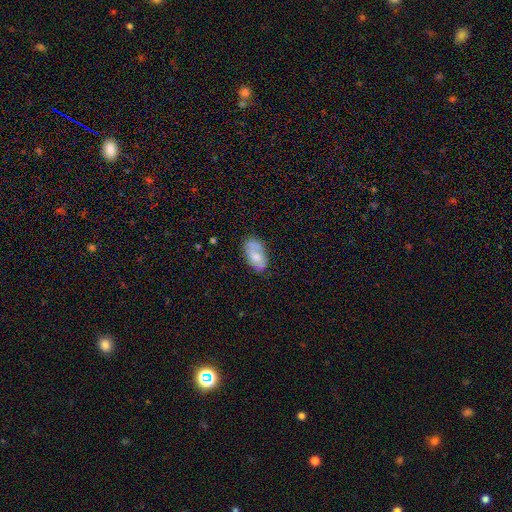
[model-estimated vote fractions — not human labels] Morphology: type=smooth (56%); roundness=in between (92%); merging=none (66%).